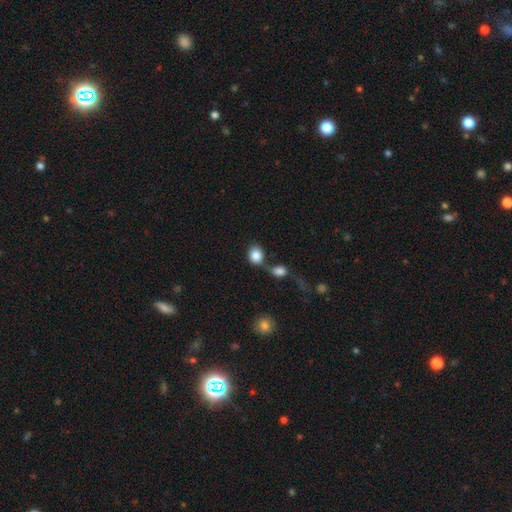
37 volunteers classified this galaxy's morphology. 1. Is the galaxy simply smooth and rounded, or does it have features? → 89% smooth, 5% featured or disk, 5% star or artifact.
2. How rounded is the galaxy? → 61% round, 39% in between, 0% cigar-shaped.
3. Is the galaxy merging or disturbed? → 57% merger, 17% none, 14% major disturbance, 11% minor disturbance.